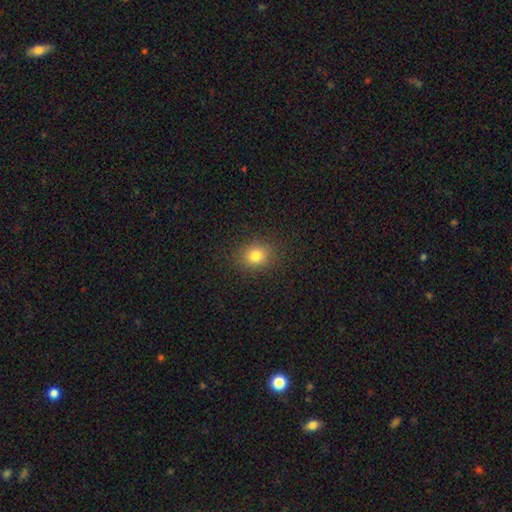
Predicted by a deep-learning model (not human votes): A smooth galaxy with no disk features (80%) that is round (52%).

Vote fractions:
- Smooth or featured? smooth: 80% / star or artifact: 12% / featured or disk: 7%
- How rounded? round: 52% / in between: 47% / cigar-shaped: 1%
- Merging? none: 86% / minor disturbance: 10% / major disturbance: 3% / merger: 1%